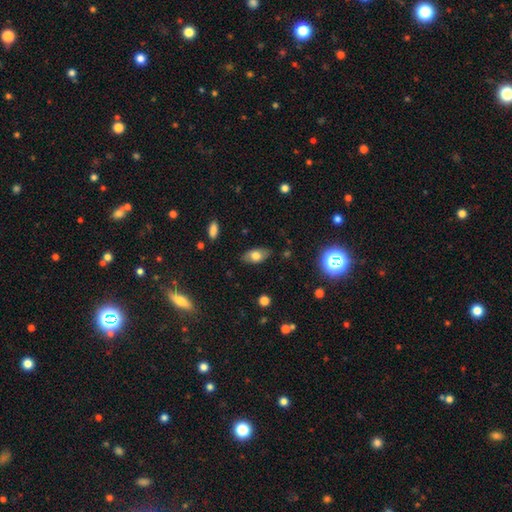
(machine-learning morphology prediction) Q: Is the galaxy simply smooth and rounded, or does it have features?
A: smooth — 70%.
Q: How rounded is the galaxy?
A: in between — 90%.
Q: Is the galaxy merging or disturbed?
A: none — 83%.